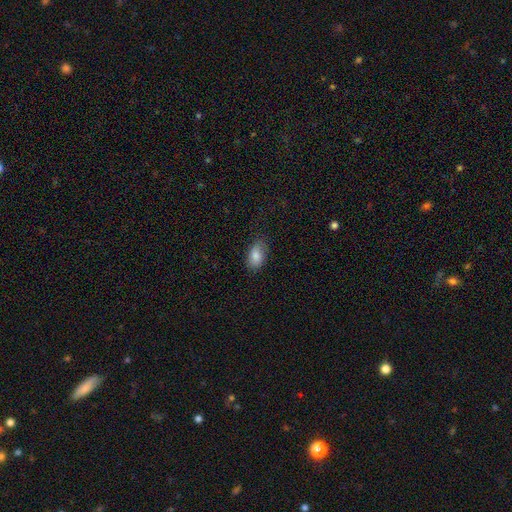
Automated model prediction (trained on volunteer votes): Smooth or featured? Predicted: smooth (p=0.83). How rounded? Predicted: in between (p=0.91). Merging? Predicted: none (p=0.76).